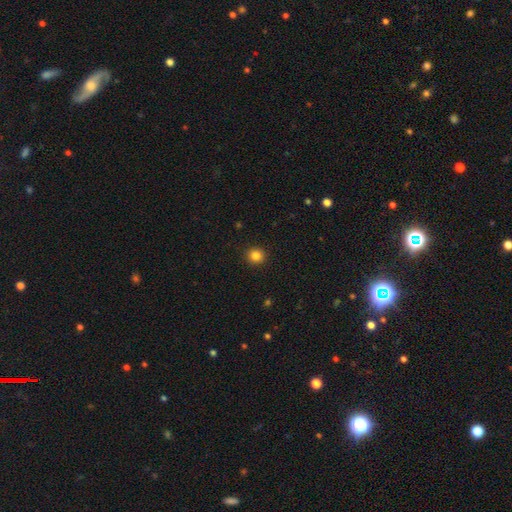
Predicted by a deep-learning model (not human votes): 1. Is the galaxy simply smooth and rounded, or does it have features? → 84% smooth, 12% star or artifact, 4% featured or disk.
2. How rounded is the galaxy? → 90% round, 9% in between, 1% cigar-shaped.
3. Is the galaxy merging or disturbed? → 93% none, 5% minor disturbance, 2% major disturbance, 1% merger.